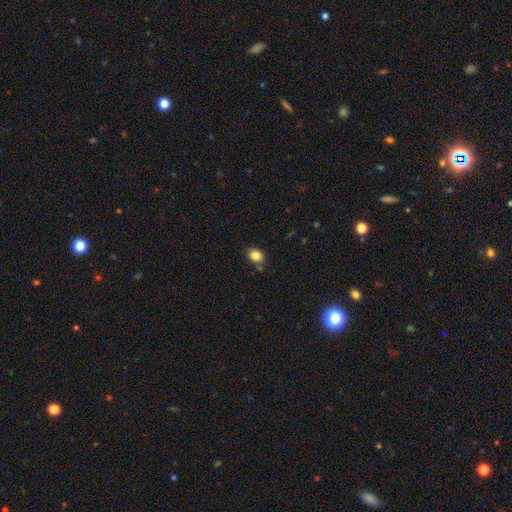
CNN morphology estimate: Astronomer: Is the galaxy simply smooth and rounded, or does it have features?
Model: smooth — 83%.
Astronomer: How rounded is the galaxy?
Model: in between — 54% (runner-up: round, 45%).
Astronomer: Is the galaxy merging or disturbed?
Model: none — 79%.